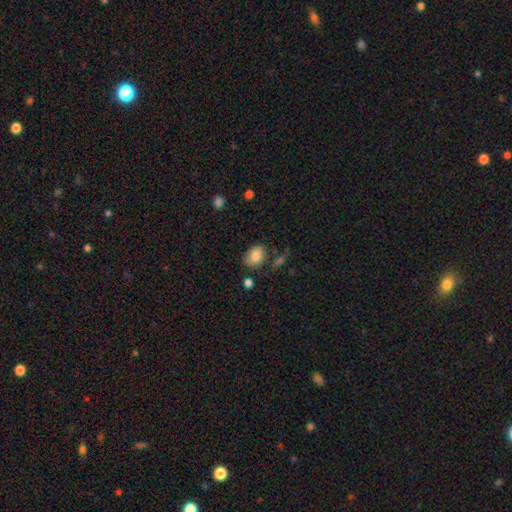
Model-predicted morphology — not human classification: A smooth galaxy with no disk features (83%) that is in between round and cigar-shaped (77%). Merging: none (73%).